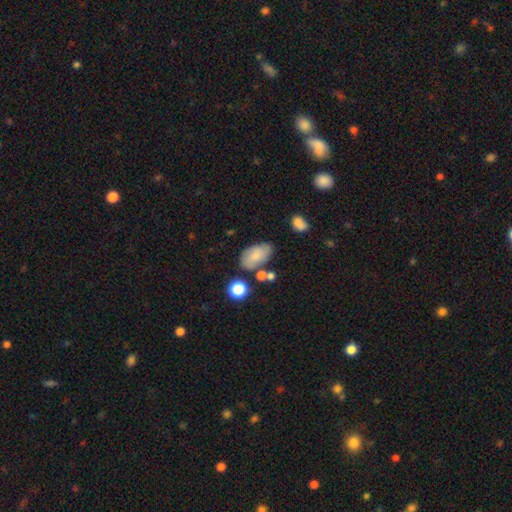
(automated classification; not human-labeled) This is likely a smooth galaxy (69%). How rounded: clearly in between (91%). Merging: possibly none (60%).